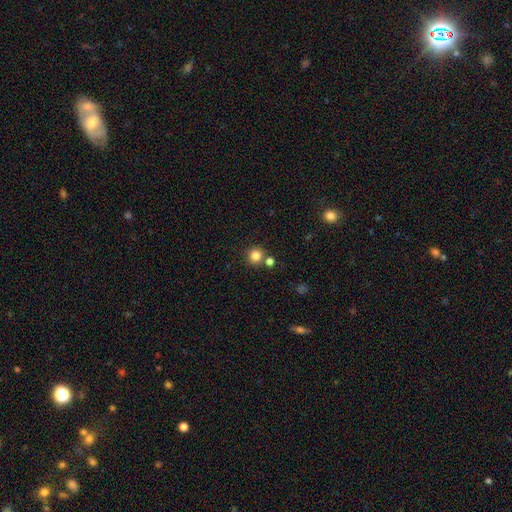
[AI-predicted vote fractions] This is clearly a smooth galaxy (83%). How rounded: clearly round (92%). Merging: likely none (74%).